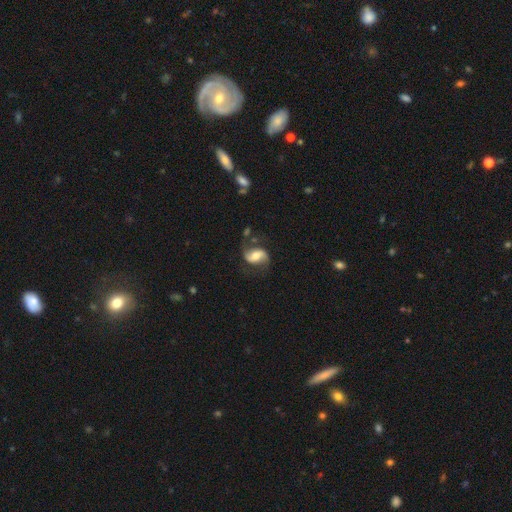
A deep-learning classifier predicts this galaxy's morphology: smooth_or_featured: featured or disk (p=0.69) [alt: smooth p=0.24]
disk_edge_on: no (p=0.97) [alt: yes p=0.03]
bar: weak (p=0.38) [alt: no p=0.36]
has_spiral_arms: yes (p=0.91) [alt: no p=0.09]
spiral_winding: loose (p=0.53) [alt: medium p=0.36]
spiral_arm_count: 2 (p=0.89) [alt: can't tell p=0.04]
bulge_size: moderate (p=0.58) [alt: small p=0.19]
merging: none (p=0.63) [alt: minor disturbance p=0.19]